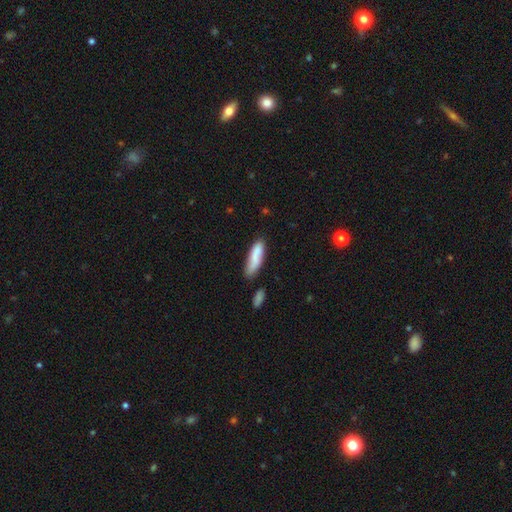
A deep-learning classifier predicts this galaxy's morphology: smooth 80%, featured or disk 14%, star or artifact 6%. Down the decision tree: how rounded — cigar-shaped (55%); merging — none (64%).